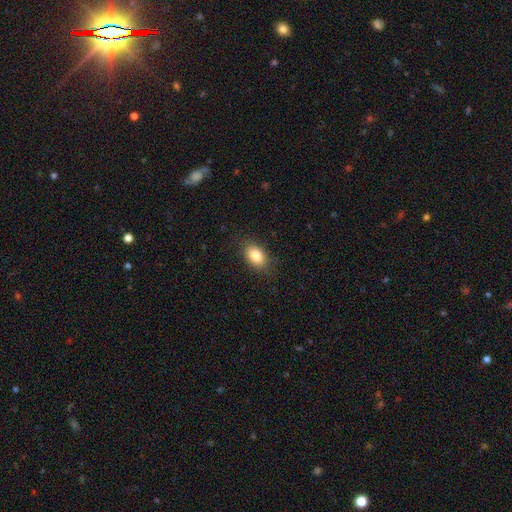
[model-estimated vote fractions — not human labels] A smooth galaxy with no disk features (84%) that is in between round and cigar-shaped (85%).

Vote fractions:
- Smooth or featured? smooth: 84% / star or artifact: 8% / featured or disk: 8%
- How rounded? in between: 85% / round: 13% / cigar-shaped: 2%
- Merging? none: 84% / minor disturbance: 12% / major disturbance: 3% / merger: 1%